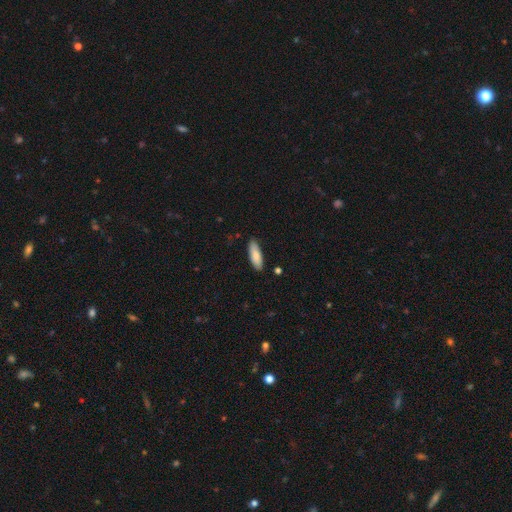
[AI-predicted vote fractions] A smooth galaxy with no disk features (83%) that is in between round and cigar-shaped (57%).

Vote fractions:
- Smooth or featured? smooth: 83% / featured or disk: 11% / star or artifact: 6%
- How rounded? in between: 57% / cigar-shaped: 42% / round: 2%
- Merging? none: 86% / minor disturbance: 10% / major disturbance: 2% / merger: 1%